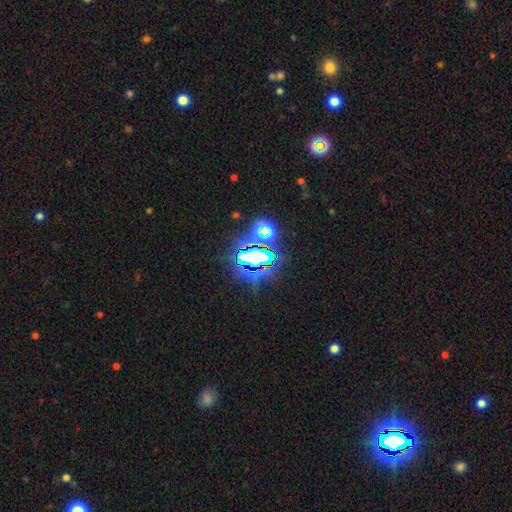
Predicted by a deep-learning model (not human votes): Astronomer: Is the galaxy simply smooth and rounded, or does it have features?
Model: star or artifact — 73%.